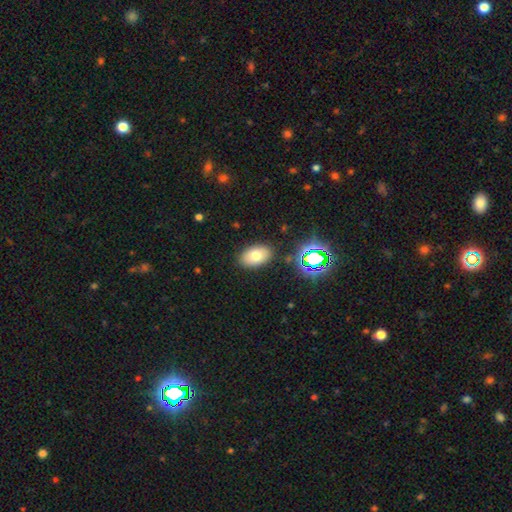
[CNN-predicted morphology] This appears to be a smooth galaxy with no disk features (73%) that is in between round and cigar-shaped (90%). Merging: none (86%).